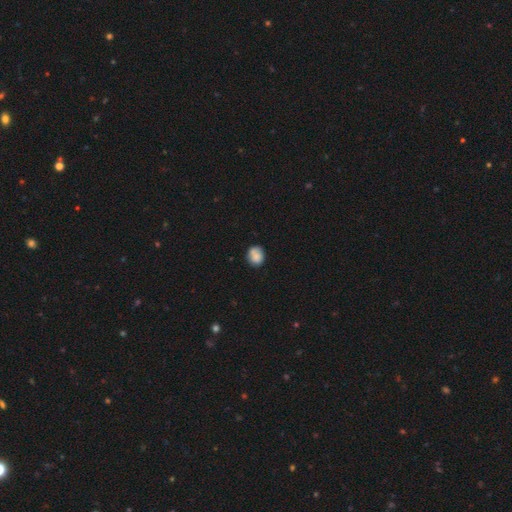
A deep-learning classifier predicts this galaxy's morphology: smooth 80%, featured or disk 11%, star or artifact 9%. Down the decision tree: how rounded — round (66%); merging — none (63%).